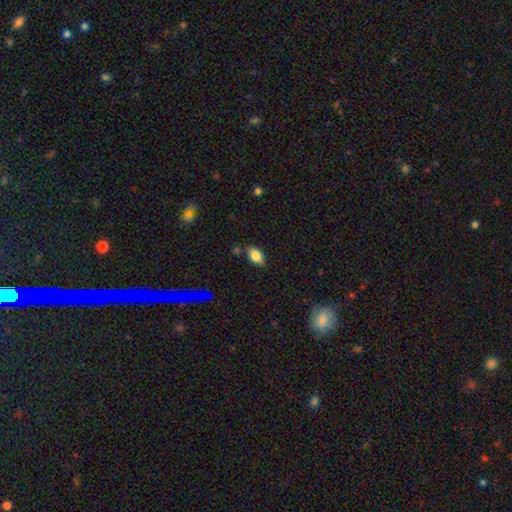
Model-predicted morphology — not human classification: Q: Smooth or featured?
A: smooth (81%); runner-up: star or artifact (10%)
Q: How rounded?
A: in between (89%); runner-up: round (8%)
Q: Merging?
A: none (77%); runner-up: minor disturbance (16%)